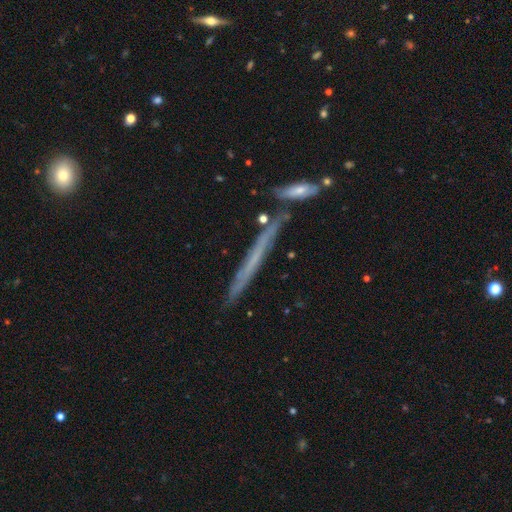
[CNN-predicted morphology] Smooth or featured? featured or disk (53%)
Edge-on disk? yes (94%)
Merging? none (80%)